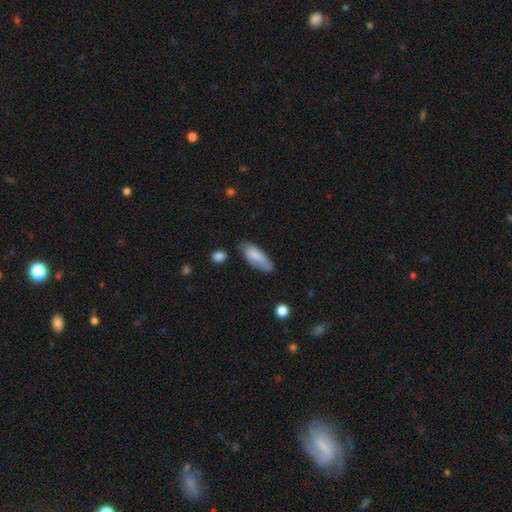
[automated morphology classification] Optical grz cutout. It shows a smooth galaxy with no disk features (74%) that is in between round and cigar-shaped (70%). Merging: none (58%).